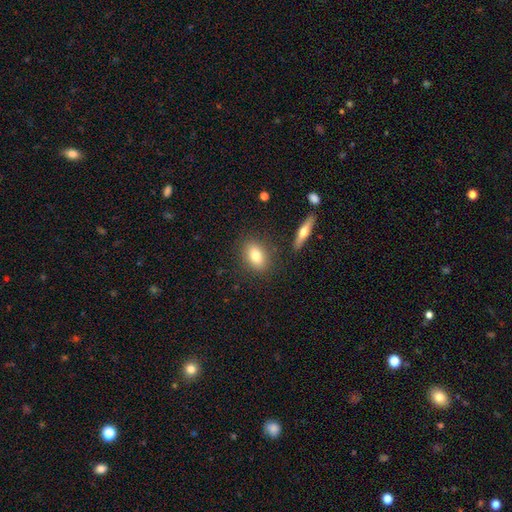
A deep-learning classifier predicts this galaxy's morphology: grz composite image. It shows a smooth galaxy with no disk features (79%) that is in between round and cigar-shaped (81%). Merging: none (82%).